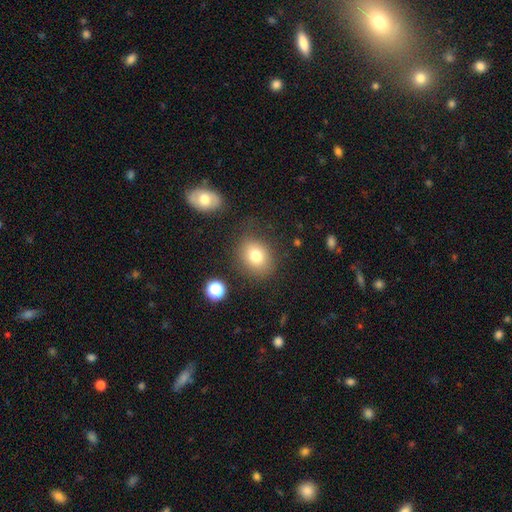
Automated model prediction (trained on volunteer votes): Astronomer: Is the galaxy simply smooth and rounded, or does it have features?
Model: smooth — 77%.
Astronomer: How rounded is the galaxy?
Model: round — 58% (runner-up: in between, 41%).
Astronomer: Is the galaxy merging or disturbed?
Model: none — 76%.